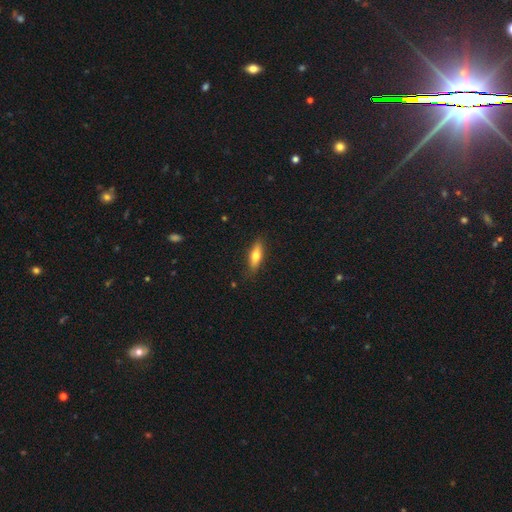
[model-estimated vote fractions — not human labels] Smooth or featured? smooth (66%)
How rounded? in between (50%)
Merging? none (84%)